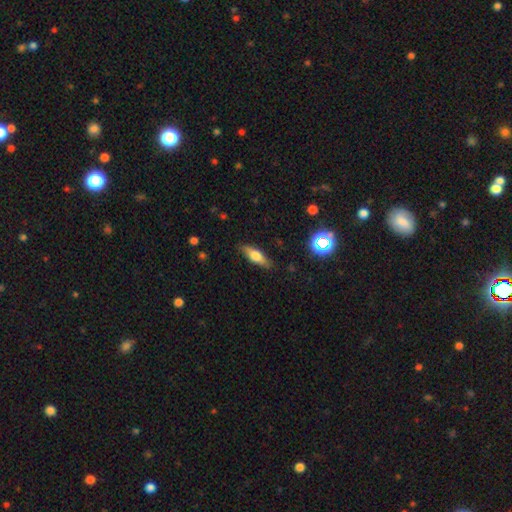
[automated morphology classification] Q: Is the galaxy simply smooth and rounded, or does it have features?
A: smooth — 54%.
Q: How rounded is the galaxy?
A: cigar-shaped — 48%, tied with in between.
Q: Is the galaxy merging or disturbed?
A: none — 84%.